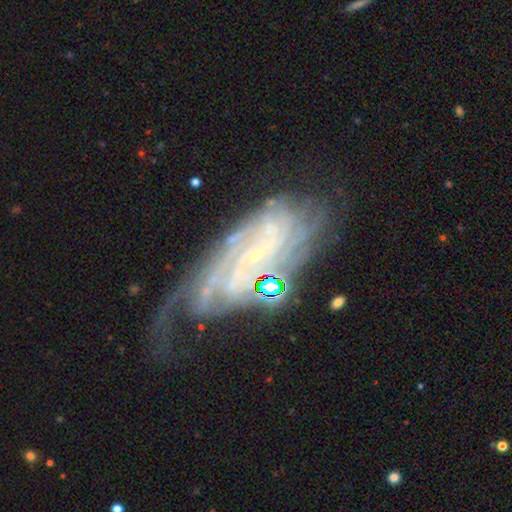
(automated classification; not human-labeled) This is clearly a featured or disk galaxy (84%). It is clearly not viewed edge-on (93%). Bar: marginally no (43%). Spiral arm pattern: clearly yes (95%). Spiral arm count: marginally can't tell (34%). Spiral winding: likely tight (62%). Central bulge: likely small (77%). Merging: possibly none (47%).